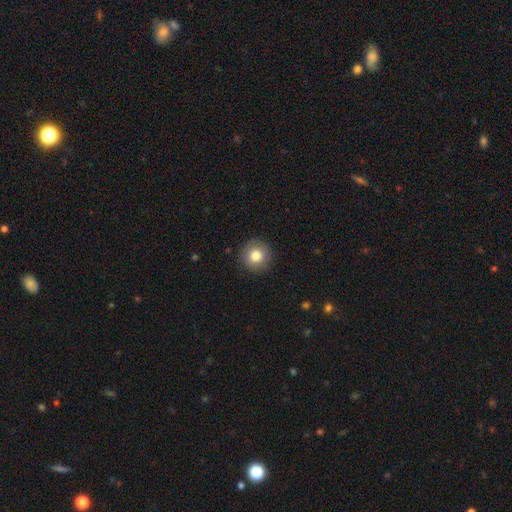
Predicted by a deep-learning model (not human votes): A smooth galaxy with no disk features (81%) that is round (94%).

Vote fractions:
- Smooth or featured? smooth: 81% / featured or disk: 10% / star or artifact: 9%
- How rounded? round: 94% / in between: 5% / cigar-shaped: 1%
- Merging? none: 91% / minor disturbance: 6% / major disturbance: 2% / merger: 1%